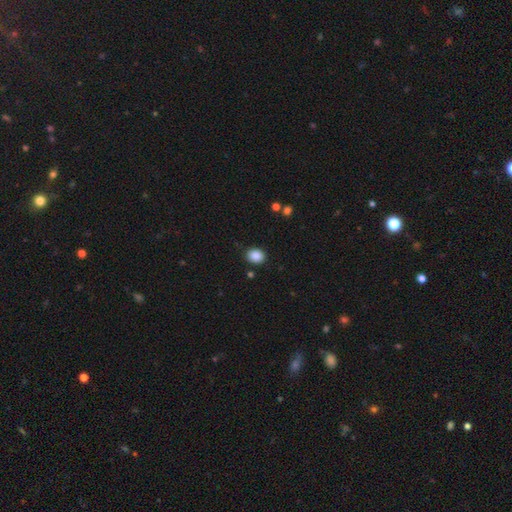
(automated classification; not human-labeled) Smooth or featured? smooth (88%)
How rounded? round (60%)
Merging? none (86%)